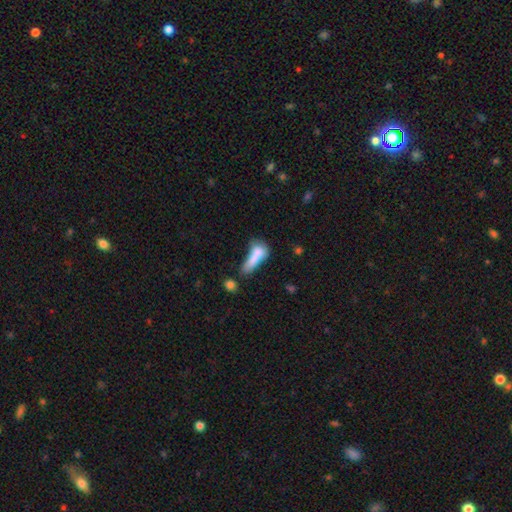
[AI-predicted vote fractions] The model was most divided on "merging" (2-way tie): merger: 27%, none: 27%, major disturbance: 23%, minor disturbance: 23%. More confident: smooth or featured — smooth (74%); how rounded — cigar-shaped (52%).